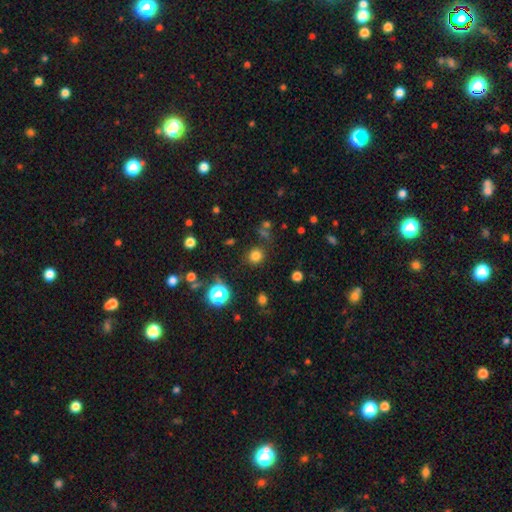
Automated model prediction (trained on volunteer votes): This is likely a smooth galaxy (76%). How rounded: clearly round (87%). Merging: clearly none (82%).